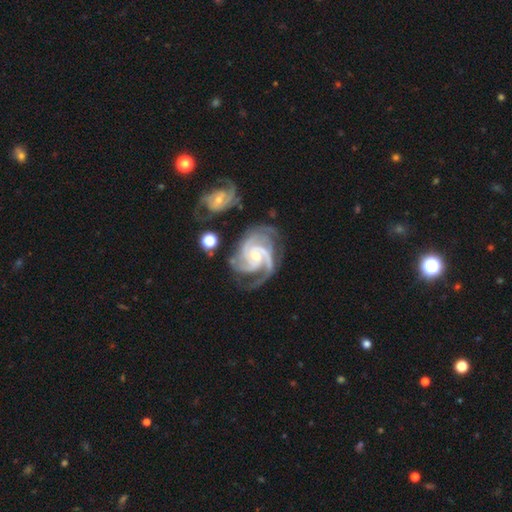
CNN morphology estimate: Overall: featured or disk (93%). Edge-on disk: no (98%). Bar: no (57%; weak 30%). Spiral arms: yes (99%). Spiral arm count: 3 (58%). Spiral winding: tight (56%; medium 40%). Bulge size: small (51%; moderate 46%). Merging: none (62%).